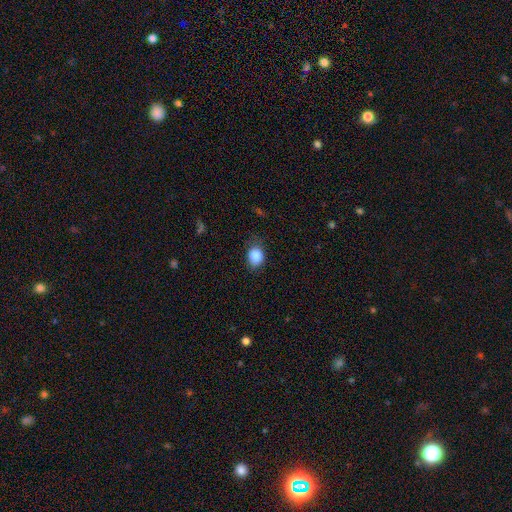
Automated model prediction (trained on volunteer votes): A smooth galaxy with no disk features (87%) that is in between round and cigar-shaped (50%).

Vote fractions:
- Smooth or featured? smooth: 87% / star or artifact: 9% / featured or disk: 5%
- How rounded? in between: 50% / round: 49% / cigar-shaped: 1%
- Merging? none: 67% / minor disturbance: 25% / major disturbance: 7% / merger: 1%